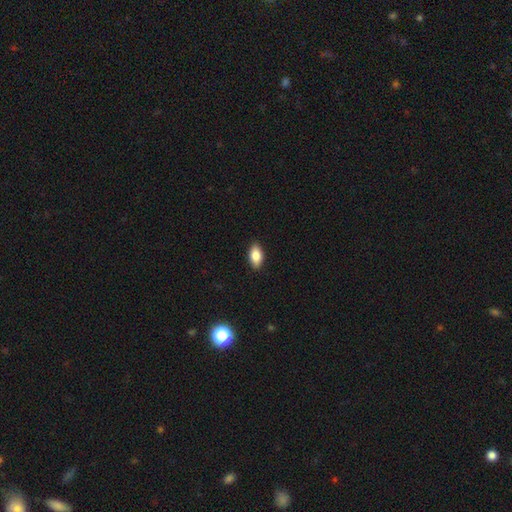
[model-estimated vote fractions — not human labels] Q: Smooth or featured?
A: smooth (83%); runner-up: featured or disk (10%)
Q: How rounded?
A: in between (91%); runner-up: cigar-shaped (5%)
Q: Merging?
A: none (89%); runner-up: minor disturbance (8%)